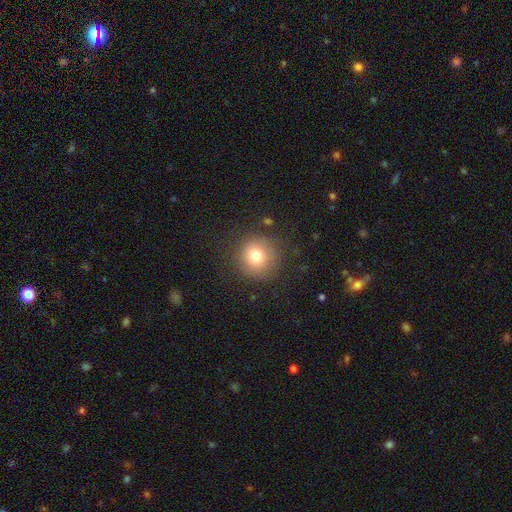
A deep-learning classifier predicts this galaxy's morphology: A smooth galaxy with no disk features (76%) that is round (94%). Merging: none (85%).